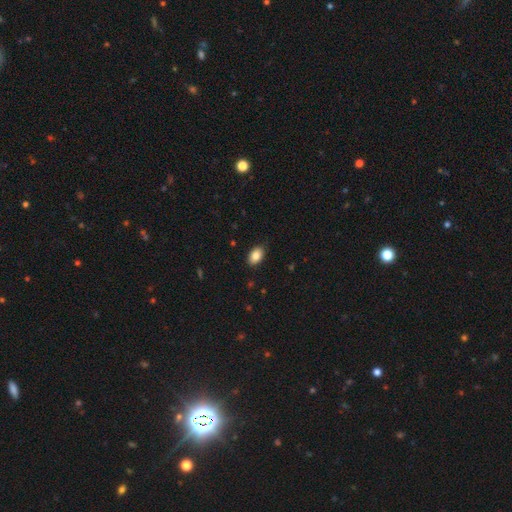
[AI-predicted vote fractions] Smooth or featured: smooth — 87% (star or artifact — 8%)
How rounded: in between — 90% (round — 8%)
Merging: none — 85% (minor disturbance — 12%)